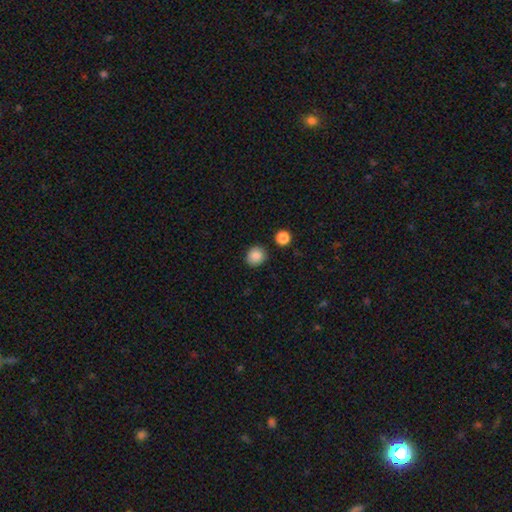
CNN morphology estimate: This is clearly a smooth galaxy (87%). How rounded: clearly round (81%). Merging: clearly none (86%).